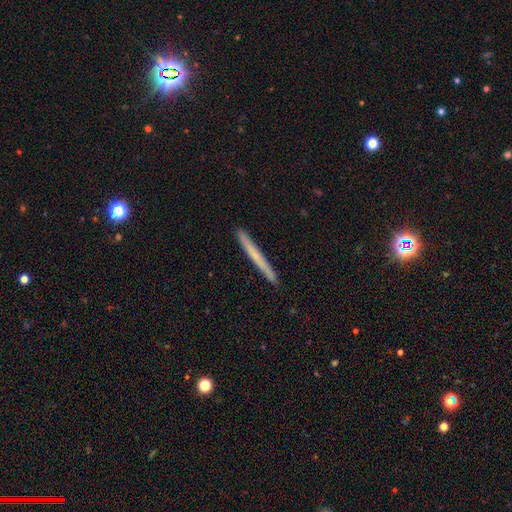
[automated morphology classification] smooth 57%, featured or disk 36%, star or artifact 6%. Down the decision tree: how rounded — cigar-shaped (97%); merging — none (93%).